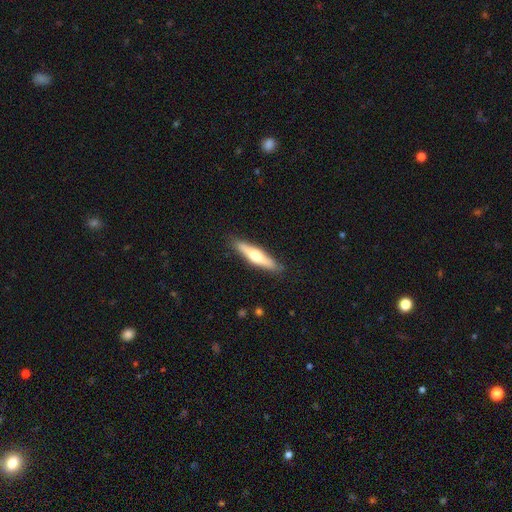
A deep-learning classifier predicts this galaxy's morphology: This appears to be a smooth galaxy with no disk features (48%). Merging: none (88%).